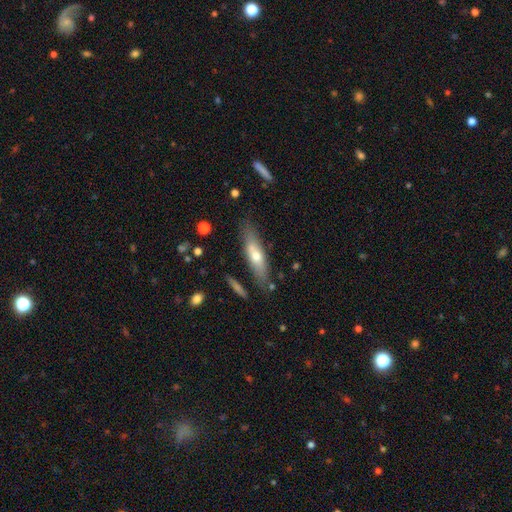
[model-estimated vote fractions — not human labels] This appears to be a smooth galaxy with no disk features (56%) that is cigar-shaped (66%). Merging: none (77%).